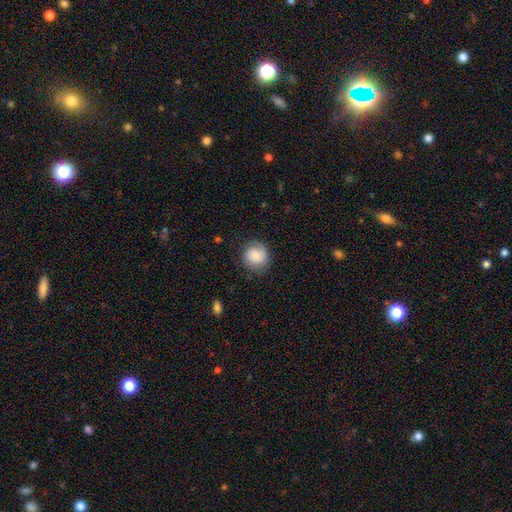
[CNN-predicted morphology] smooth-or-featured: smooth: 78% | featured or disk: 15% | star or artifact: 7%
  how-rounded: round: 87% | in between: 12% | cigar-shaped: 1%
  merging: none: 79% | minor disturbance: 14% | major disturbance: 5% | merger: 1%